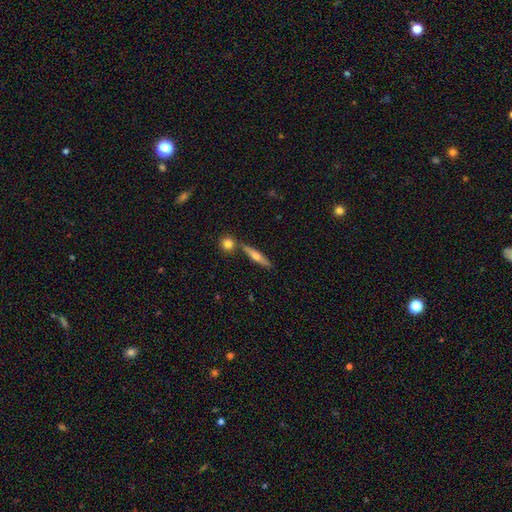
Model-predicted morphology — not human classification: Smooth or featured? smooth (49%)
Merging? none (76%)